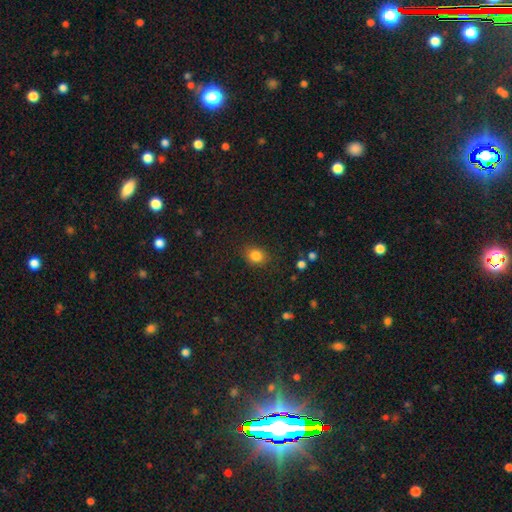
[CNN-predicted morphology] smooth 84%, star or artifact 11%, featured or disk 5%. Down the decision tree: how rounded — round (60%); merging — none (85%).